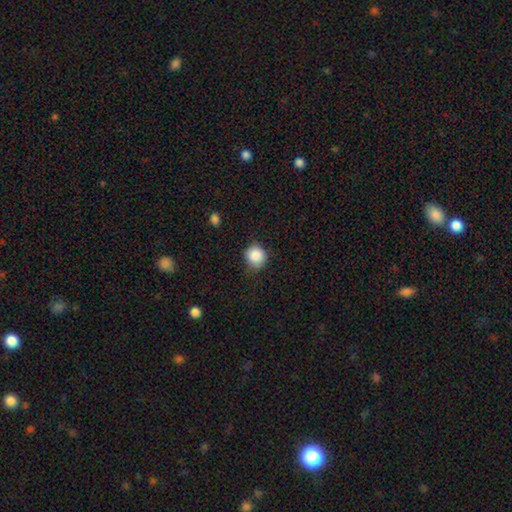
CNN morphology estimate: A smooth galaxy with no disk features (87%) that is round (89%).

Vote fractions:
- Smooth or featured? smooth: 87% / star or artifact: 9% / featured or disk: 4%
- How rounded? round: 89% / in between: 10% / cigar-shaped: 1%
- Merging? none: 76% / minor disturbance: 19% / major disturbance: 4% / merger: 2%